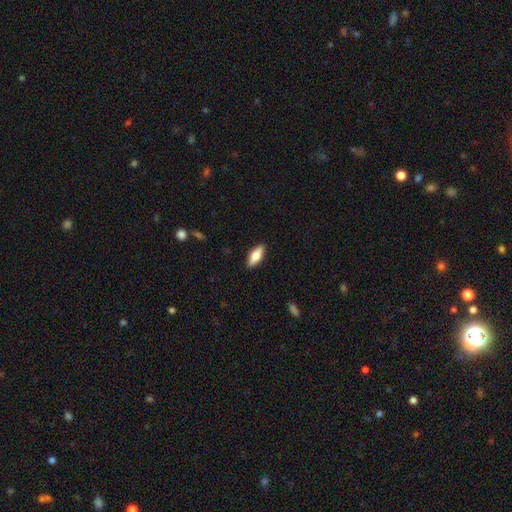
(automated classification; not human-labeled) Overall: smooth (66%; featured or disk 28%). How rounded: in between (69%). Merging: none (89%).